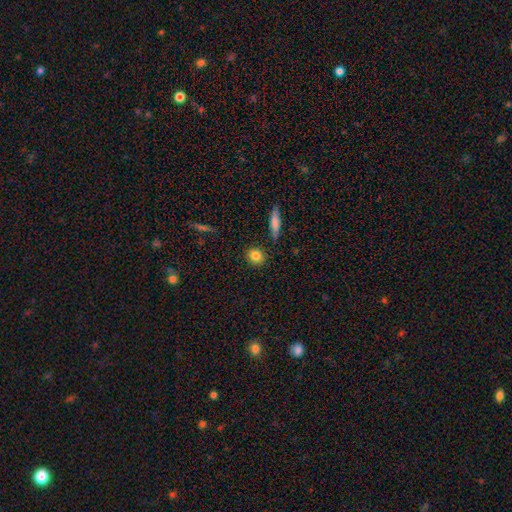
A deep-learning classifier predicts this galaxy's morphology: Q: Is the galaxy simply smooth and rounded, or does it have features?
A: smooth — 83%.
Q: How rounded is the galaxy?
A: round — 81%.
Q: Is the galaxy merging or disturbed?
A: none — 89%.